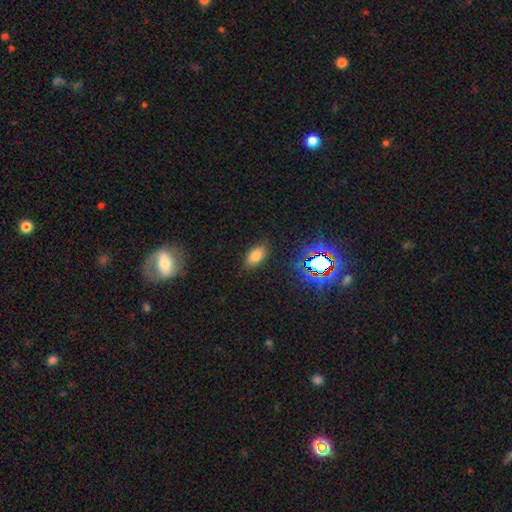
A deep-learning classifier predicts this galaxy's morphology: Q: Smooth or featured?
A: smooth (75%); runner-up: star or artifact (17%)
Q: How rounded?
A: in between (90%); runner-up: round (6%)
Q: Merging?
A: none (86%); runner-up: minor disturbance (10%)